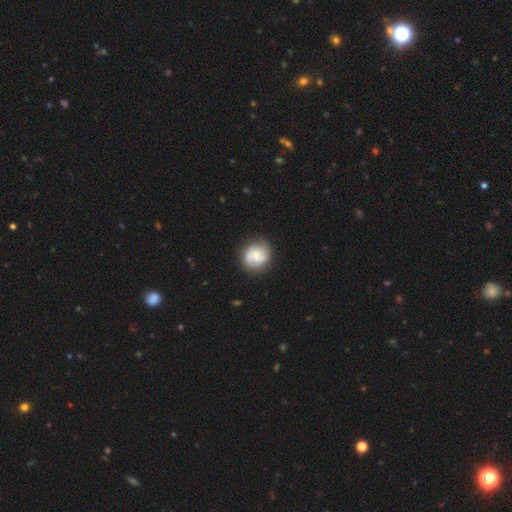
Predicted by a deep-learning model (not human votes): Smooth or featured: featured or disk — 57% (smooth — 37%)
Edge-on disk: no — 98% (yes — 2%)
Bar: no — 53% (weak — 39%)
Spiral arms: yes — 87% (no — 13%)
Bulge size: small — 51% (moderate — 39%)
Merging: none — 80% (minor disturbance — 14%)